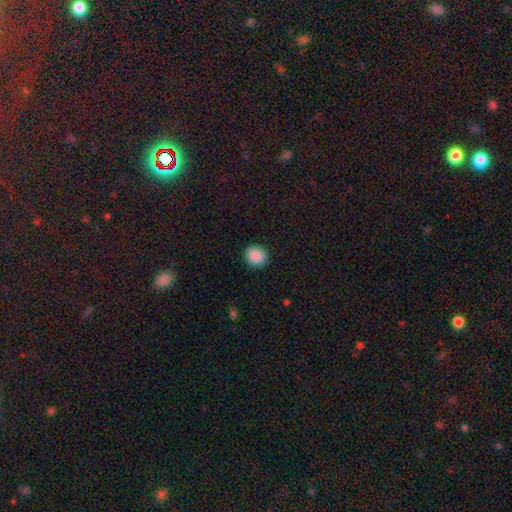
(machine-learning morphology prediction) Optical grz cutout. It shows a smooth galaxy with no disk features (89%) that is round (88%). Merging: none (91%).